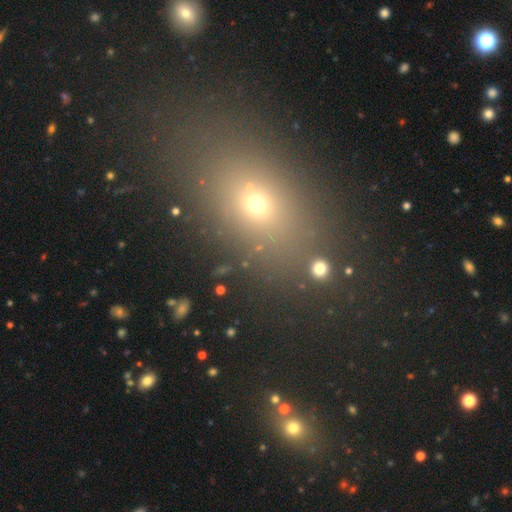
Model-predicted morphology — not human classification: This appears to be a smooth galaxy with no disk features (59%) that is in between round and cigar-shaped (67%). Merging: none (82%).